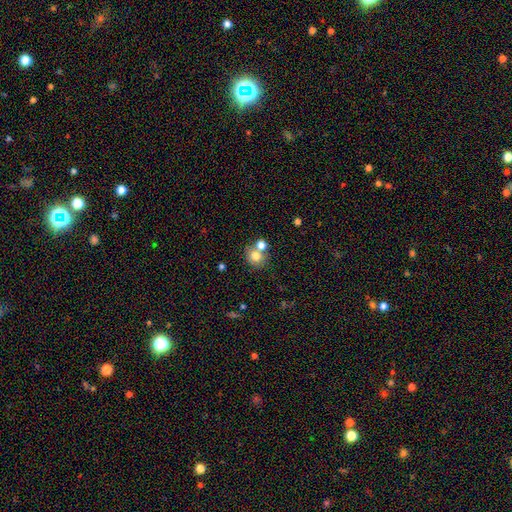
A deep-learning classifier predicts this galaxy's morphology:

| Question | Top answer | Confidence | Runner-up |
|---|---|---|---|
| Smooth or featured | smooth | 77% | featured or disk (12%) |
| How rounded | round | 79% | in between (20%) |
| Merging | none | 55% | merger (34%) |